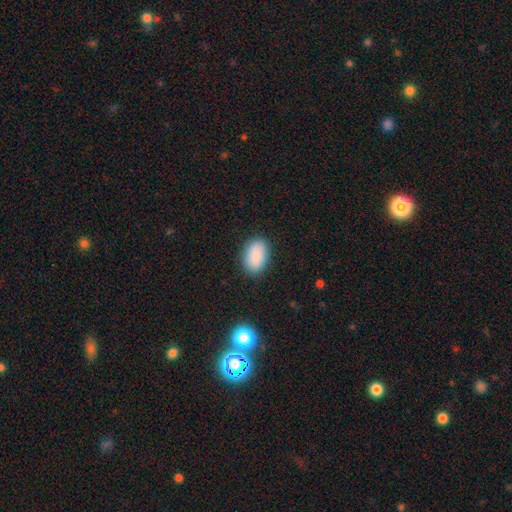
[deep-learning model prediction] A smooth galaxy with no disk features (89%) that is in between round and cigar-shaped (89%).

Vote fractions:
- Smooth or featured? smooth: 89% / star or artifact: 7% / featured or disk: 4%
- How rounded? in between: 89% / round: 10% / cigar-shaped: 1%
- Merging? none: 87% / minor disturbance: 9% / major disturbance: 3% / merger: 1%